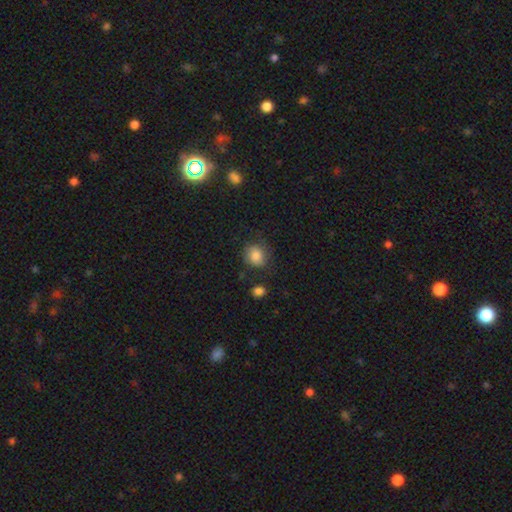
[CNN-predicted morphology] Overall: smooth (84%). How rounded: round (73%). Merging: none (75%).